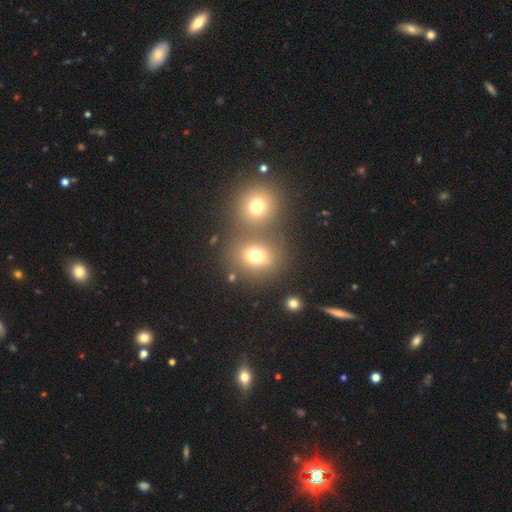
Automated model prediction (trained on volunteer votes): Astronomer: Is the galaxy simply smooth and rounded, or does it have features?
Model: smooth — 72%.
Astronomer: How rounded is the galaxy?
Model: round — 71%.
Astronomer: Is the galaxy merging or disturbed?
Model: none — 51% (runner-up: merger, 37%).